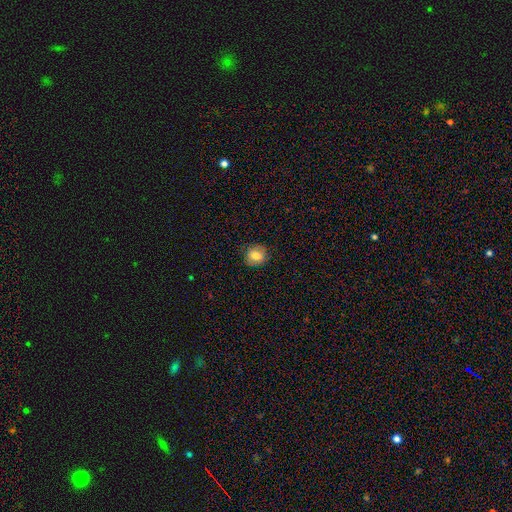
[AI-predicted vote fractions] Smooth or featured?
  - smooth: 78% *
  - featured or disk: 13%
  - star or artifact: 10%
How rounded?
  - round: 79% *
  - in between: 20%
  - cigar-shaped: 1%
Merging?
  - none: 86% *
  - minor disturbance: 10%
  - major disturbance: 2%
  - merger: 1%